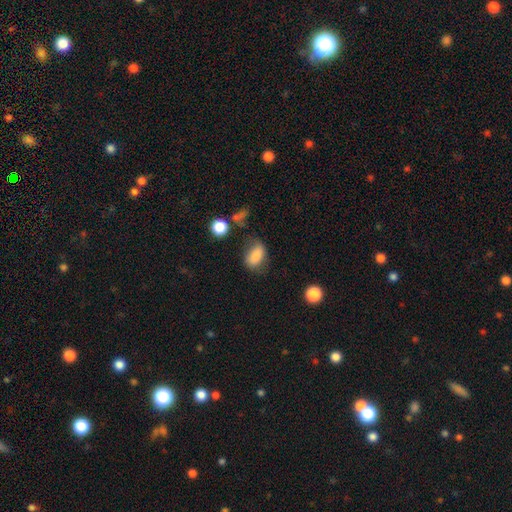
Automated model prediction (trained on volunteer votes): smooth_or_featured: smooth (p=0.81) [alt: featured or disk p=0.09]
how_rounded: in between (p=0.86) [alt: round p=0.12]
merging: none (p=0.54) [alt: minor disturbance p=0.27]